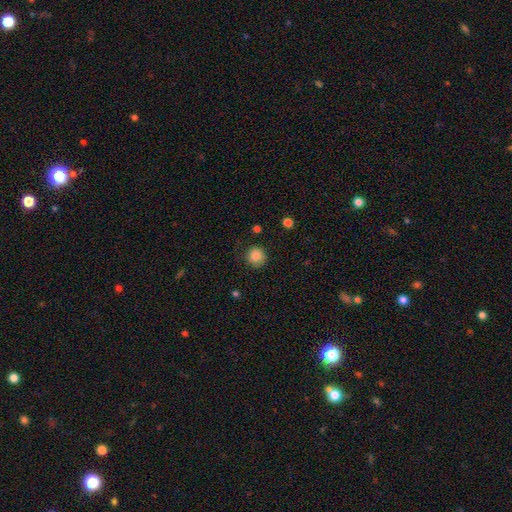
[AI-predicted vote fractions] Smooth or featured? Predicted: smooth (p=0.84). How rounded? Predicted: round (p=0.92). Merging? Predicted: none (p=0.85).